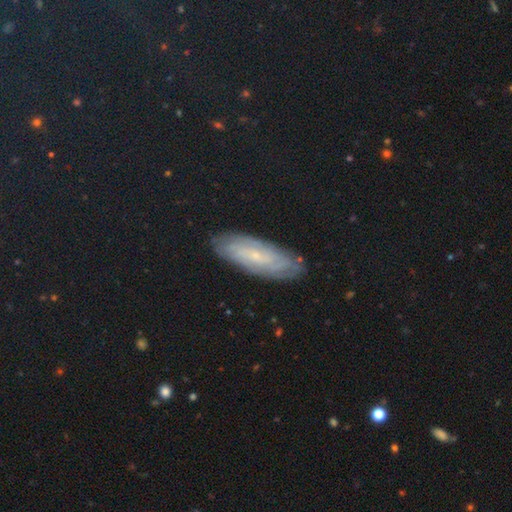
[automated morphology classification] Smooth or featured? Predicted: featured or disk (p=0.61). Edge-on disk? Predicted: no (p=0.81). Merging? Predicted: none (p=0.85).